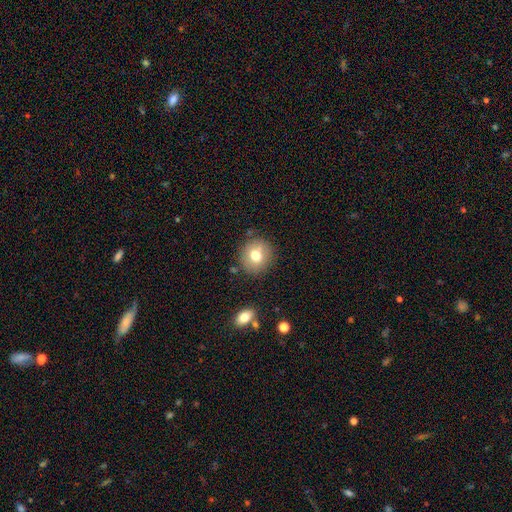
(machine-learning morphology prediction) A smooth galaxy with no disk features (73%) that is round (85%). Merging: none (82%).